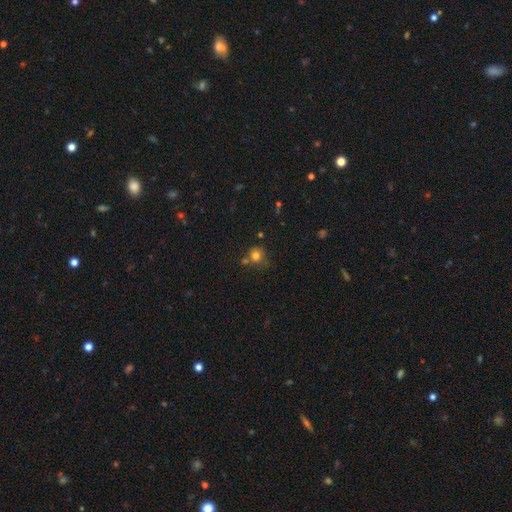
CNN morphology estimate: This appears to be a smooth galaxy with no disk features (78%) that is round (85%). Merging: none (58%).